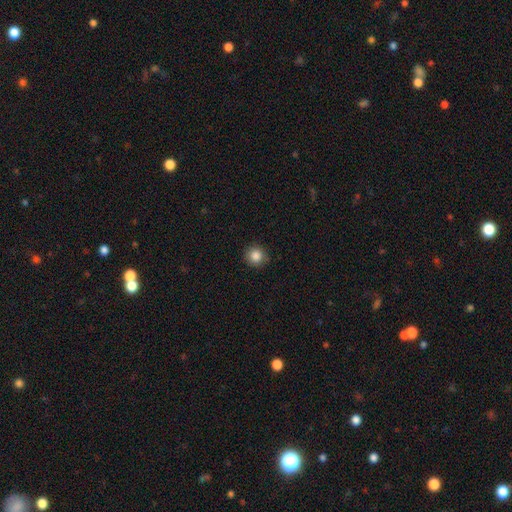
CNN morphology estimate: Smooth or featured? smooth (86%)
How rounded? round (93%)
Merging? none (89%)